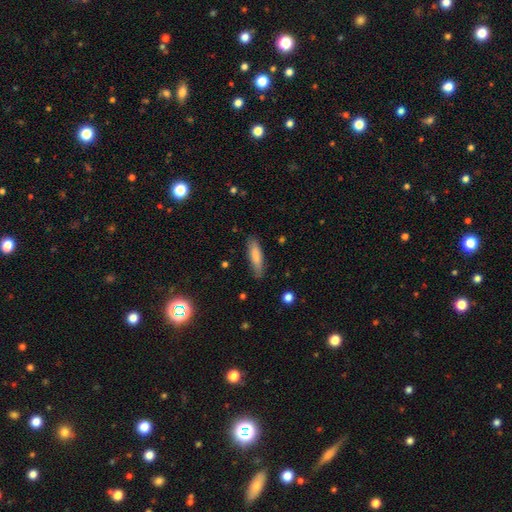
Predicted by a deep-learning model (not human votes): smooth 81%, featured or disk 13%, star or artifact 6%. Down the decision tree: how rounded — cigar-shaped (68%); merging — none (82%).